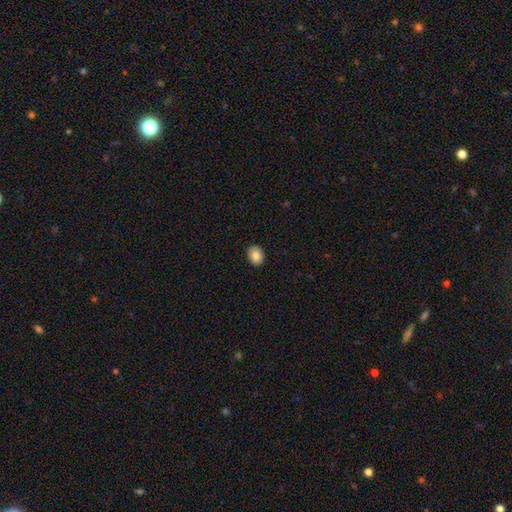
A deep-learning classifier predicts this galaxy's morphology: A smooth galaxy with no disk features (84%) that is round (54%). Merging: none (90%).